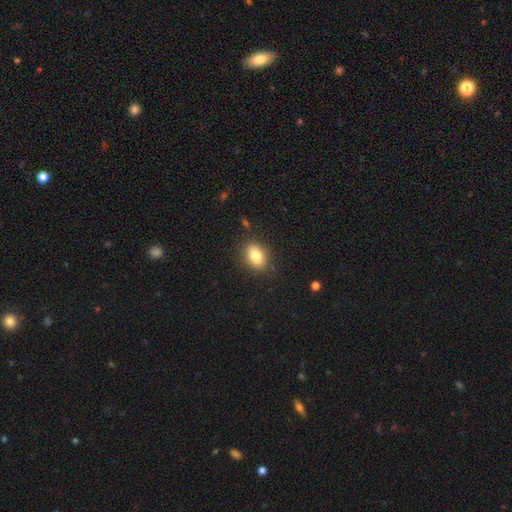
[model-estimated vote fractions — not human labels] The model was most divided on "how rounded": in between: 82%, round: 16%, cigar-shaped: 2%. More confident: merging — none (84%); smooth or featured — smooth (83%).